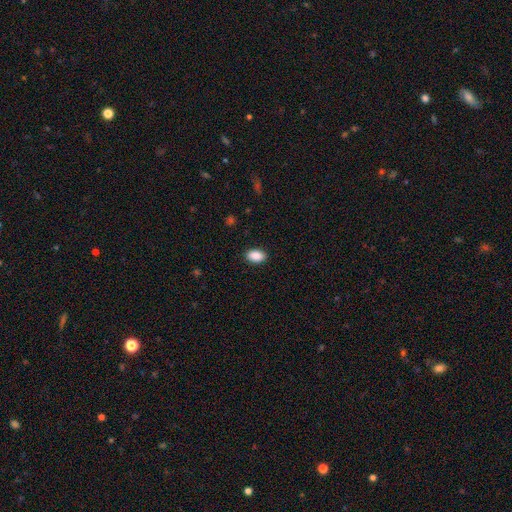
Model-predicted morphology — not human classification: The model was most divided on "merging": none: 89%, minor disturbance: 8%, major disturbance: 2%, merger: 1%. More confident: how rounded — in between (92%); smooth or featured — smooth (90%).